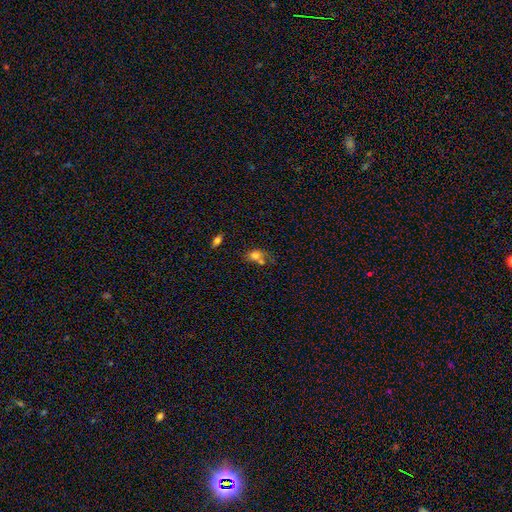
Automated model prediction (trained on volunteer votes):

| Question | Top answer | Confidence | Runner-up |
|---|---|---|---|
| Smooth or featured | smooth | 73% | featured or disk (15%) |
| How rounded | in between | 61% | round (37%) |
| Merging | merger | 39% | none (38%) |